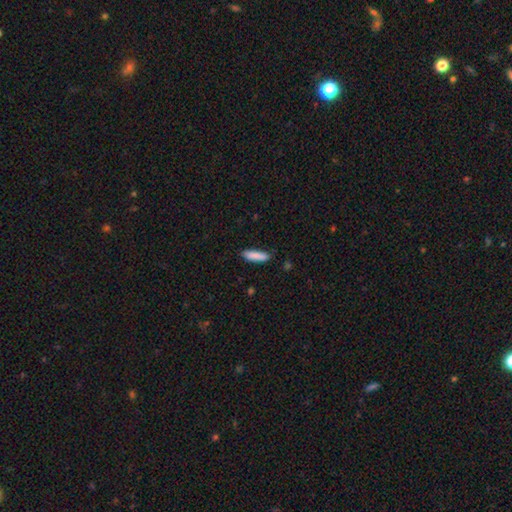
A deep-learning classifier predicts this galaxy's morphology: Overall: smooth (87%). How rounded: cigar-shaped (70%). Merging: none (84%).